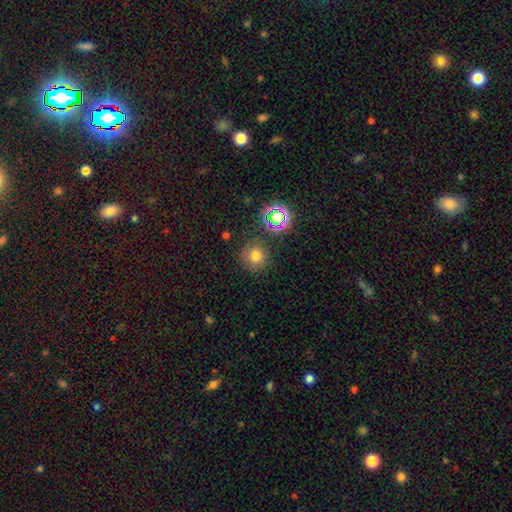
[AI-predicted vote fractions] Q: Smooth or featured?
A: smooth (71%); runner-up: star or artifact (20%)
Q: How rounded?
A: round (92%); runner-up: in between (7%)
Q: Merging?
A: none (83%); runner-up: minor disturbance (9%)